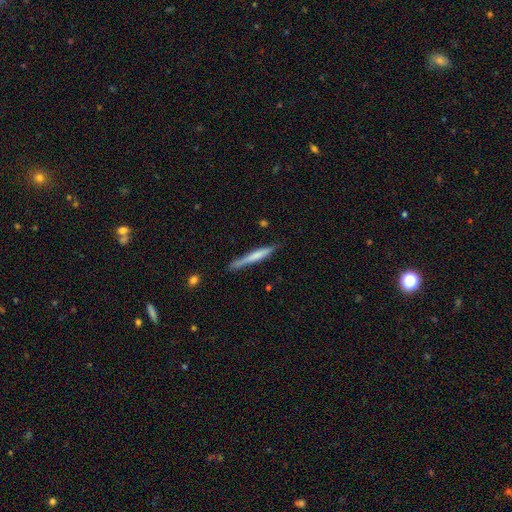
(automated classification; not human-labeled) Smooth or featured? smooth (55%)
How rounded? cigar-shaped (95%)
Merging? none (78%)